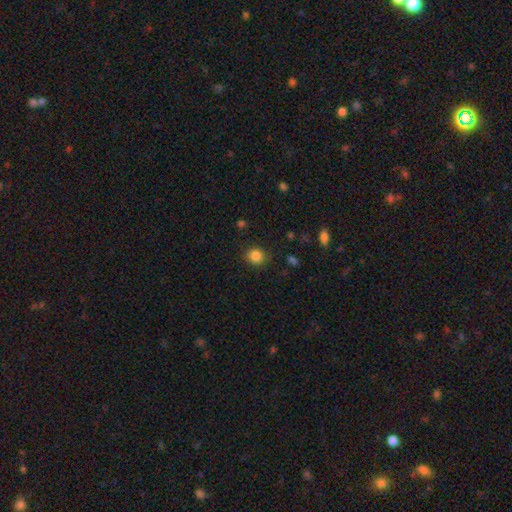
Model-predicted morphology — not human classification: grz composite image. It shows a smooth galaxy with no disk features (85%) that is round (83%). Merging: none (87%).